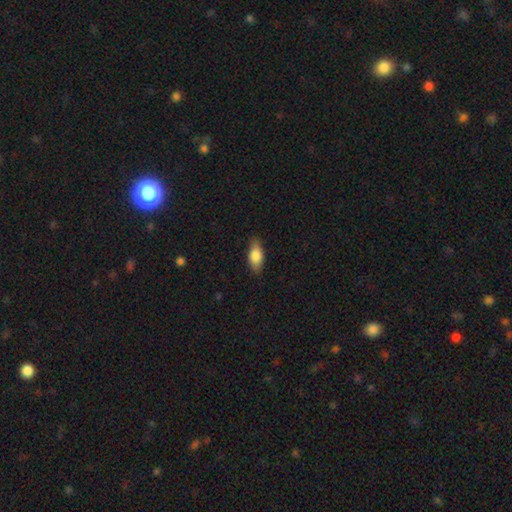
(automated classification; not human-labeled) The model was most divided on "merging": none: 82%, minor disturbance: 14%, major disturbance: 3%, merger: 1%. More confident: how rounded — in between (86%); smooth or featured — smooth (83%).